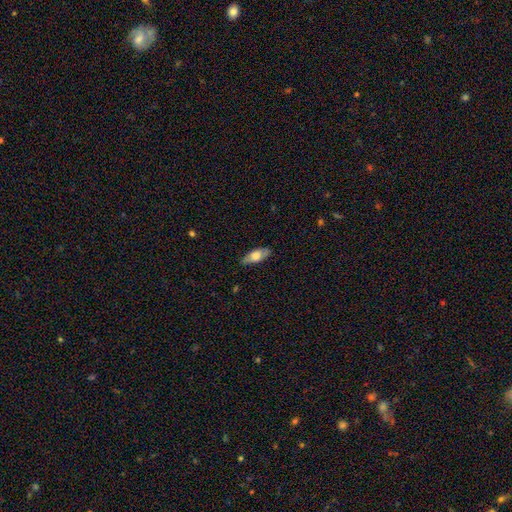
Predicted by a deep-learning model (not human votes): Morphology: type=smooth (64%); roundness=in between (77%); merging=none (84%).